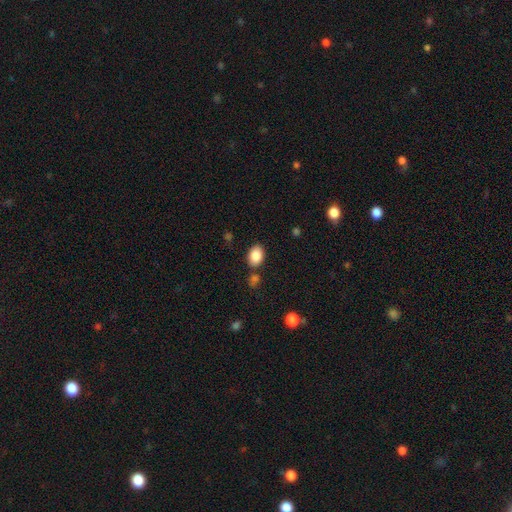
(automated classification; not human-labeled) Smooth or featured?
  - smooth: 87% *
  - star or artifact: 8%
  - featured or disk: 6%
How rounded?
  - in between: 81% *
  - round: 18%
  - cigar-shaped: 1%
Merging?
  - none: 79% *
  - minor disturbance: 11%
  - merger: 7%
  - major disturbance: 3%